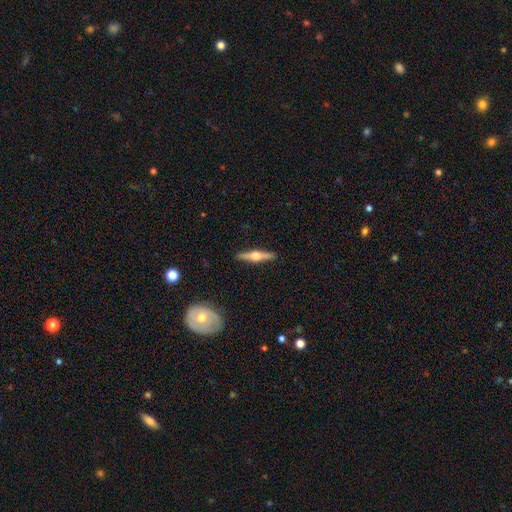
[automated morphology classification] A featured or disk galaxy (69%) viewed edge-on (97%) with a rounded central bulge (93%). Merging: none (91%).